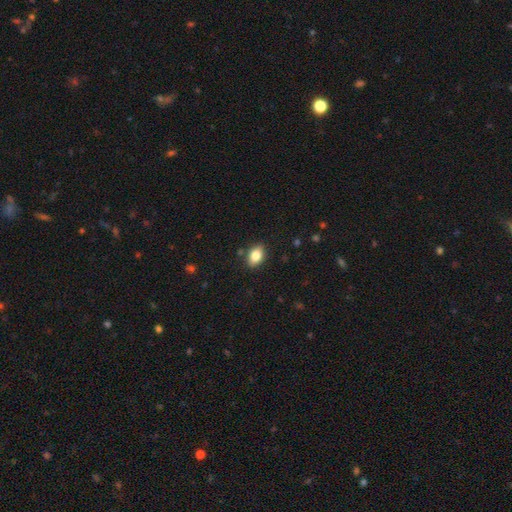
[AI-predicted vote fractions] The model was most divided on "how rounded": in between: 83%, round: 15%, cigar-shaped: 2%. More confident: merging — none (86%); smooth or featured — smooth (82%).